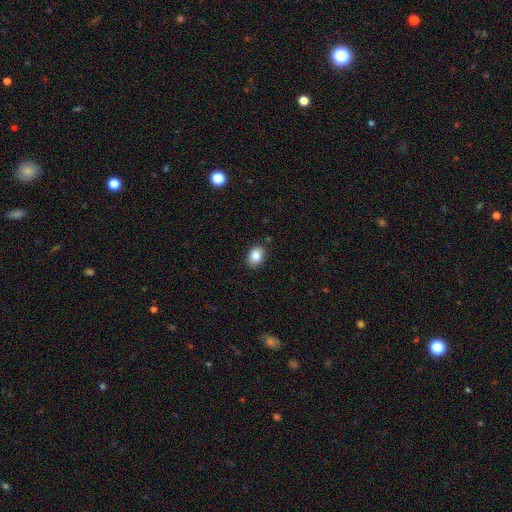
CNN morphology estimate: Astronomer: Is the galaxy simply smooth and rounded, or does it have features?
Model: smooth — 86%.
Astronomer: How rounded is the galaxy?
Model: in between — 78%.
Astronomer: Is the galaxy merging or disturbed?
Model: none — 87%.